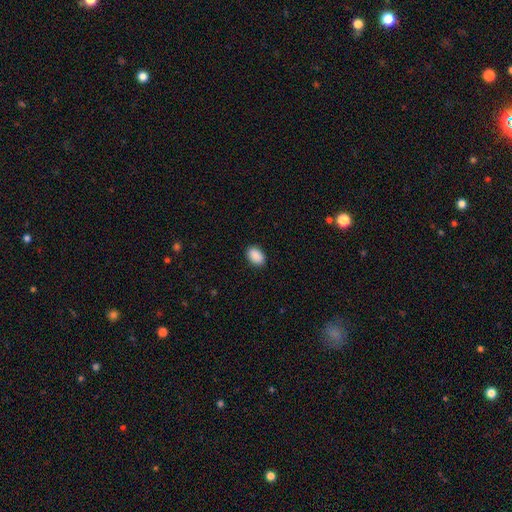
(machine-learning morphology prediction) The model was most divided on "how rounded": in between: 86%, round: 13%, cigar-shaped: 1%. More confident: smooth or featured — smooth (91%); merging — none (89%).